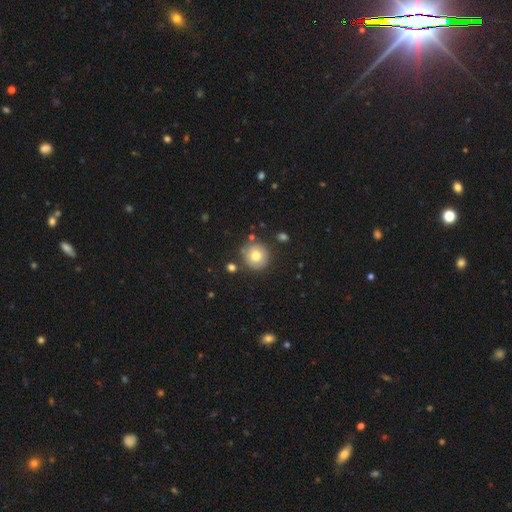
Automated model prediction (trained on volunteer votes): The model was most divided on "smooth or featured": smooth: 76%, featured or disk: 14%, star or artifact: 10%. More confident: how rounded — round (93%); merging — none (83%).